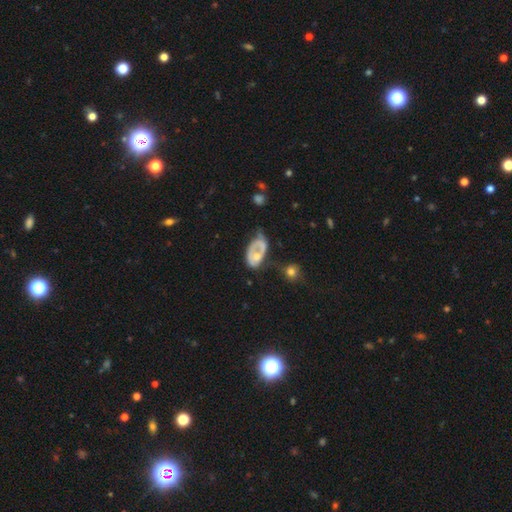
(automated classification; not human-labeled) A featured or disk galaxy (55%) with no bar (83%), no spiral arms (65%) and a moderate central bulge (55%). Merging: major disturbance (40%).